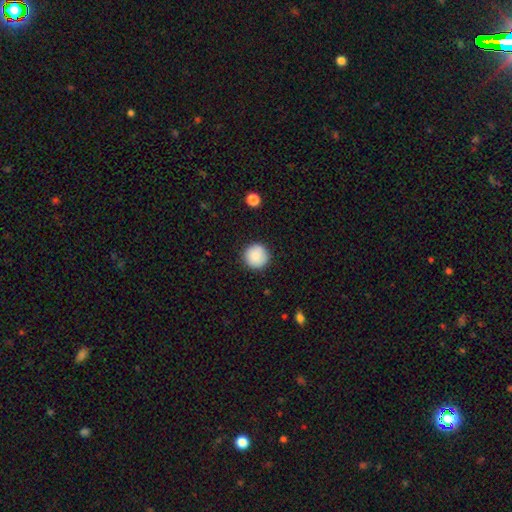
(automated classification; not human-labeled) smooth 88%, star or artifact 7%, featured or disk 5%. Down the decision tree: how rounded — round (96%); merging — none (89%).